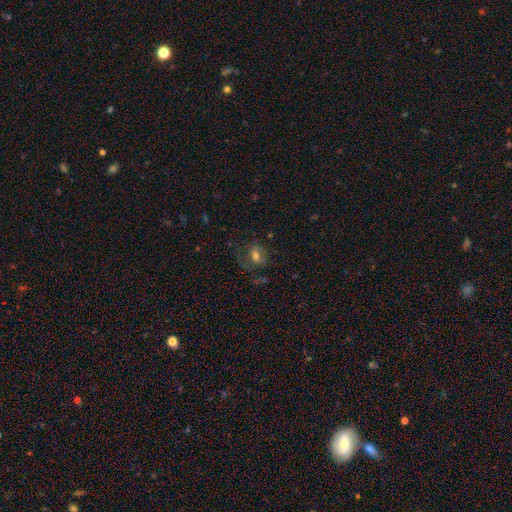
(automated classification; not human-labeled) A smooth galaxy with no disk features (54%) that is in between round and cigar-shaped (59%).

Vote fractions:
- Smooth or featured? smooth: 54% / featured or disk: 31% / star or artifact: 15%
- How rounded? in between: 59% / round: 38% / cigar-shaped: 2%
- Merging? none: 56% / minor disturbance: 21% / major disturbance: 20% / merger: 3%